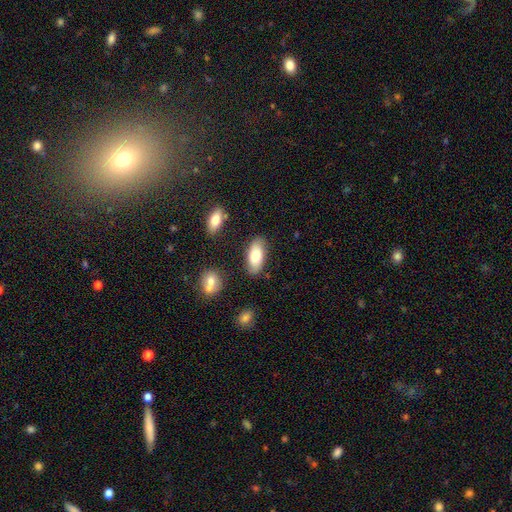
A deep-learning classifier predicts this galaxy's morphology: Q: Smooth or featured?
A: smooth (79%); runner-up: featured or disk (15%)
Q: How rounded?
A: in between (90%); runner-up: cigar-shaped (8%)
Q: Merging?
A: none (82%); runner-up: minor disturbance (12%)